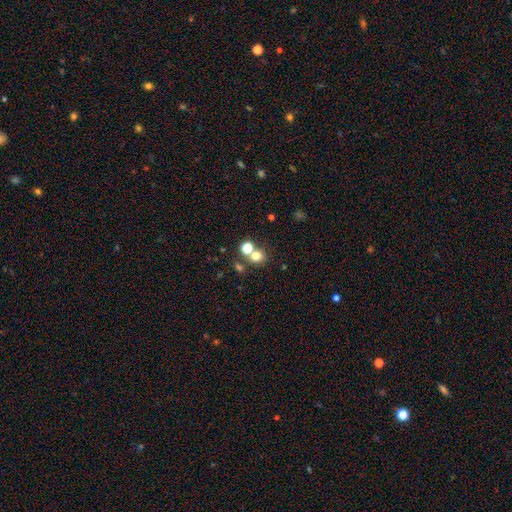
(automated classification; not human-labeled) A smooth galaxy with no disk features (71%) that is round (82%). Merging: none (55%).